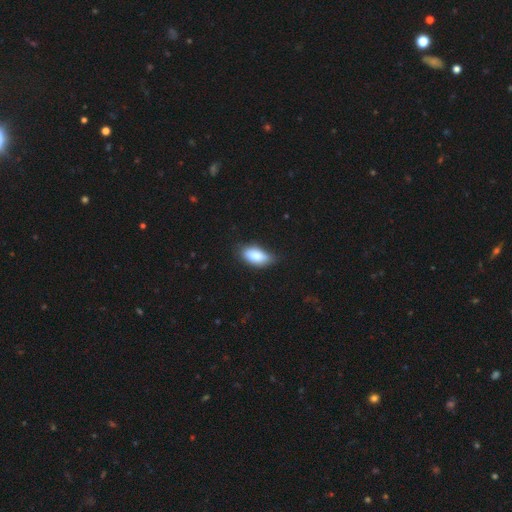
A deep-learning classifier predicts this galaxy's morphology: smooth 84%, featured or disk 9%, star or artifact 7%. Down the decision tree: how rounded — in between (90%); merging — none (68%).